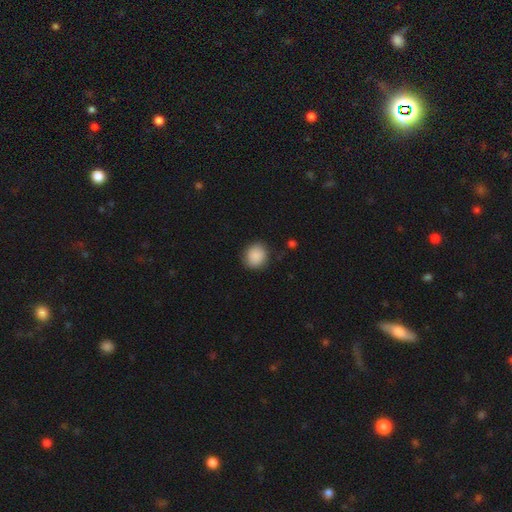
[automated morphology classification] A smooth galaxy with no disk features (89%) that is round (81%).

Vote fractions:
- Smooth or featured? smooth: 89% / star or artifact: 7% / featured or disk: 4%
- How rounded? round: 81% / in between: 18% / cigar-shaped: 1%
- Merging? none: 84% / minor disturbance: 12% / major disturbance: 3% / merger: 1%